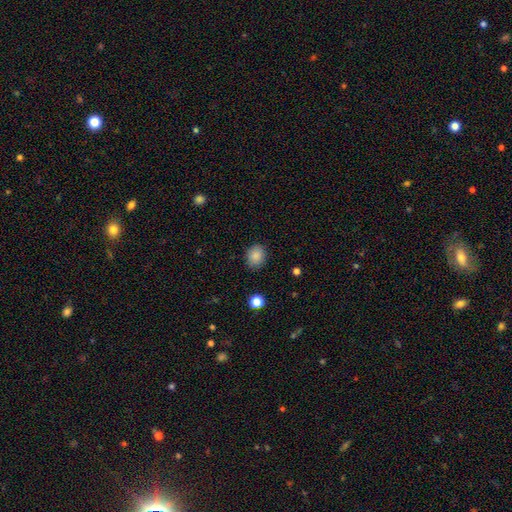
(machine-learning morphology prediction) smooth_or_featured: smooth (p=0.87) [alt: star or artifact p=0.09]
how_rounded: round (p=0.59) [alt: in between p=0.40]
merging: none (p=0.85) [alt: minor disturbance p=0.11]